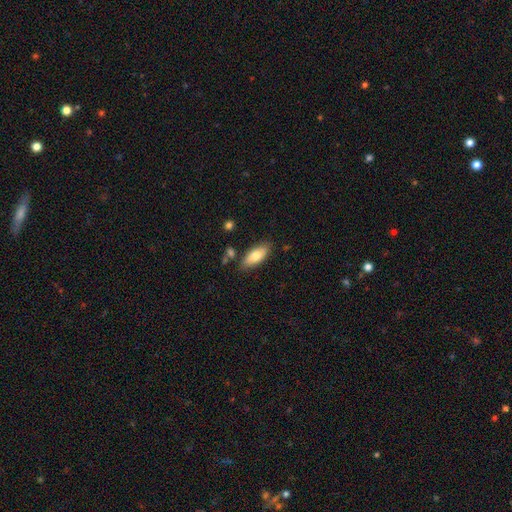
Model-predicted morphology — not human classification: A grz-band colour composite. It shows a smooth galaxy with no disk features (75%) that is in between round and cigar-shaped (84%). Merging: none (80%).